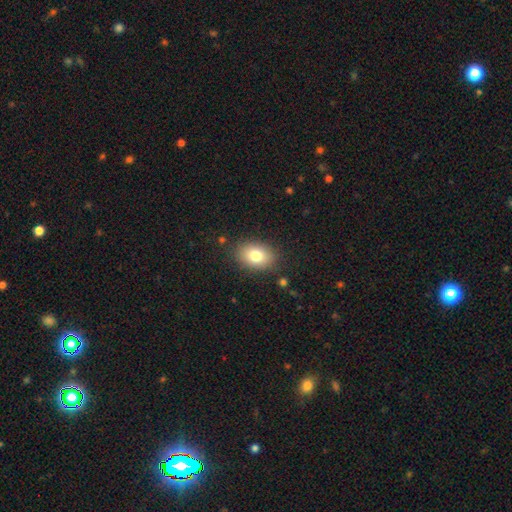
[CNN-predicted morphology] Q: Smooth or featured?
A: smooth (79%); runner-up: featured or disk (12%)
Q: How rounded?
A: in between (78%); runner-up: round (20%)
Q: Merging?
A: none (85%); runner-up: minor disturbance (10%)